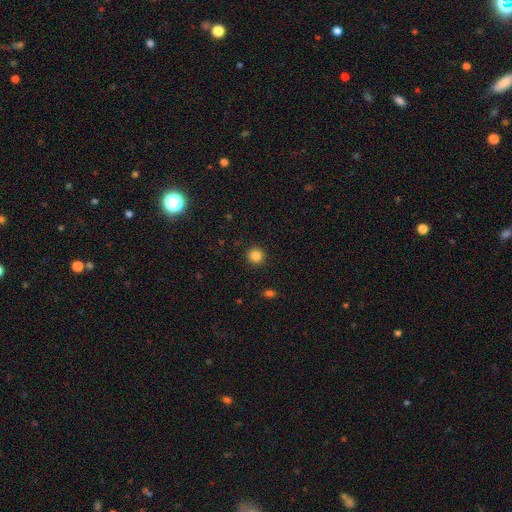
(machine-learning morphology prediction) Overall: smooth (85%). How rounded: round (94%). Merging: none (92%).